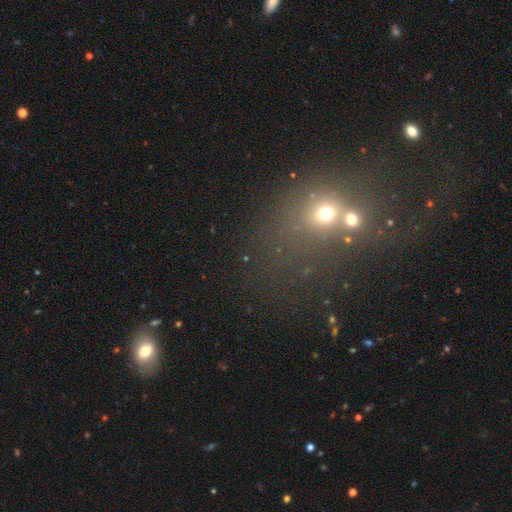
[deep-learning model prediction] Q: Smooth or featured?
A: star or artifact (42%); runner-up: smooth (40%)